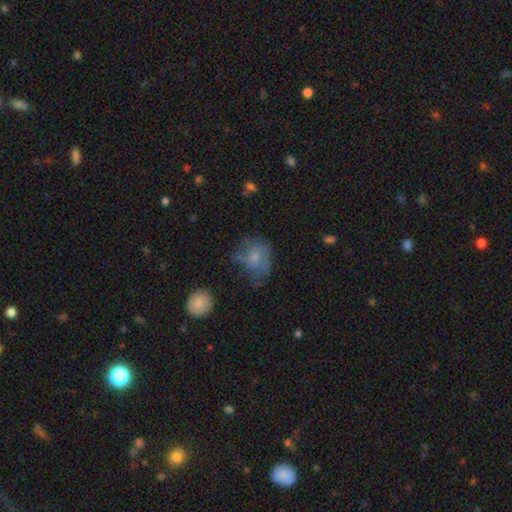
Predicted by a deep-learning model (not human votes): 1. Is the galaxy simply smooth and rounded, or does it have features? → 63% smooth, 26% featured or disk, 11% star or artifact.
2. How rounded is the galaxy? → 55% round, 44% in between, 1% cigar-shaped.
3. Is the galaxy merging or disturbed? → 40% none, 29% major disturbance, 28% minor disturbance, 4% merger.